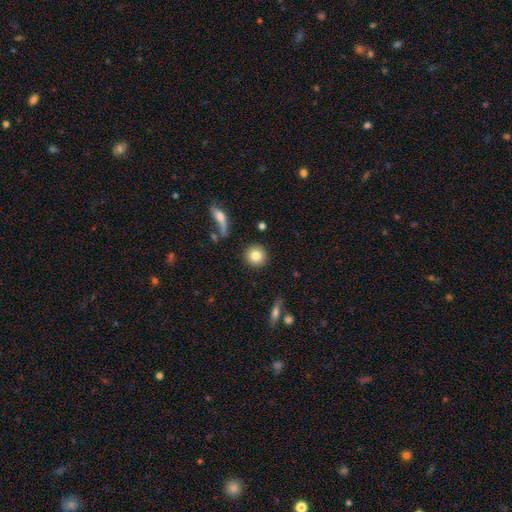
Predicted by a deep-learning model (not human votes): smooth_or_featured: smooth (p=0.81) [alt: featured or disk p=0.10]
how_rounded: round (p=0.93) [alt: in between p=0.06]
merging: none (p=0.90) [alt: minor disturbance p=0.05]